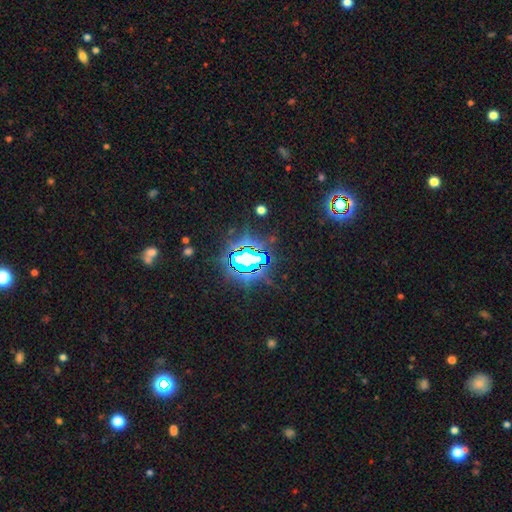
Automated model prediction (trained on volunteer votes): Smooth or featured? Predicted: star or artifact (p=0.81).